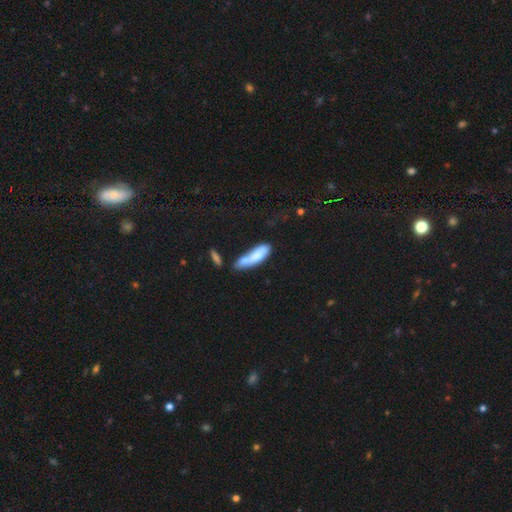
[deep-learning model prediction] A smooth galaxy with no disk features (74%) that is cigar-shaped (53%). Merging: merger (41%).